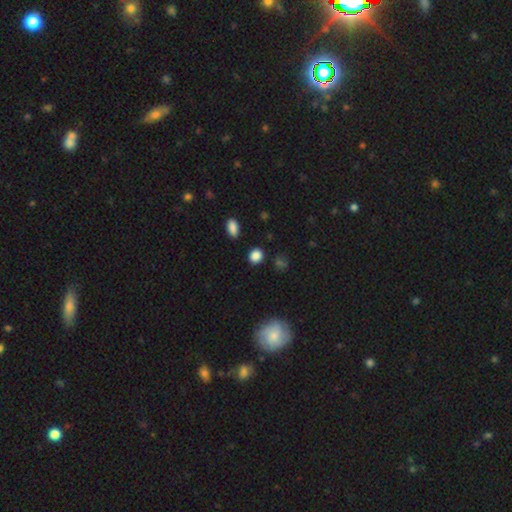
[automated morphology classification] Smooth or featured? Predicted: smooth (p=0.85). How rounded? Predicted: round (p=0.75). Merging? Predicted: none (p=0.86).